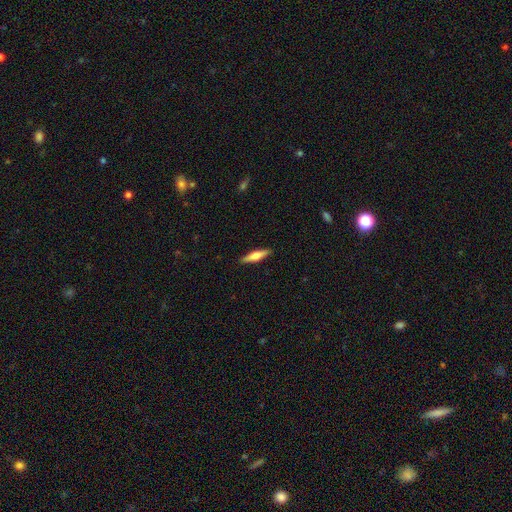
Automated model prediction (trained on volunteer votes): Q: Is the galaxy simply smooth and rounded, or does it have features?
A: smooth — 49%.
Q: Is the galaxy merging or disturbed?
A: none — 90%.